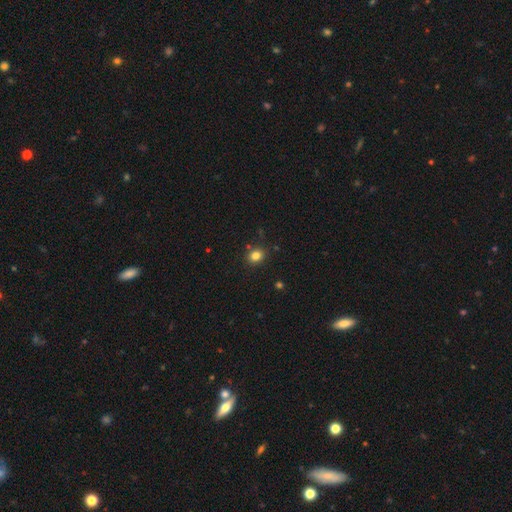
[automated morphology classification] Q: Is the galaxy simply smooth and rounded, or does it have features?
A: smooth — 82%.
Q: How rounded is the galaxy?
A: round — 68%.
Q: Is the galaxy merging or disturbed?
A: none — 85%.